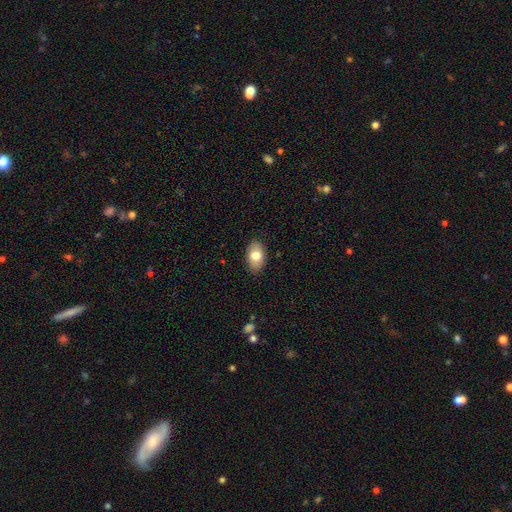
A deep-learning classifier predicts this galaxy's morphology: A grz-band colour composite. It shows a smooth galaxy with no disk features (77%) that is in between round and cigar-shaped (90%). Merging: none (88%).